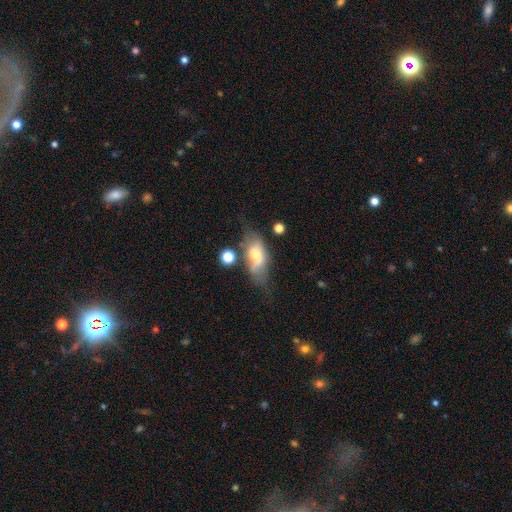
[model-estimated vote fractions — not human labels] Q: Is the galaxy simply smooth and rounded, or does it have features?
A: smooth — 49%.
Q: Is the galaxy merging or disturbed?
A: none — 45%.